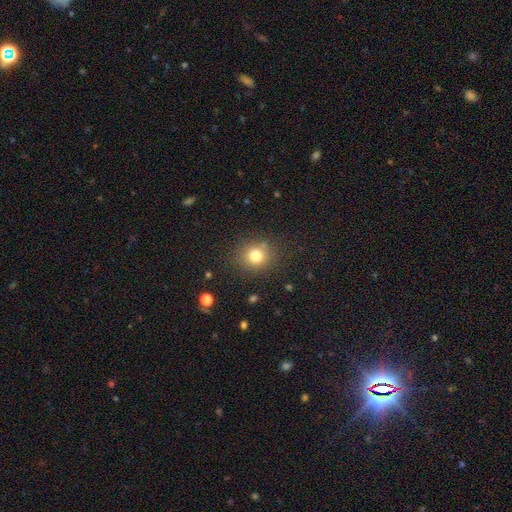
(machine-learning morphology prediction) Smooth or featured? smooth (78%)
How rounded? round (82%)
Merging? none (83%)